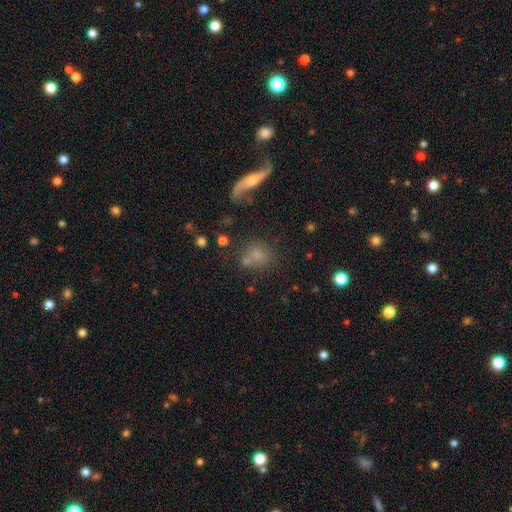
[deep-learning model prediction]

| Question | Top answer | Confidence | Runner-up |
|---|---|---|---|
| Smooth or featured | smooth | 62% | featured or disk (22%) |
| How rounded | round | 69% | in between (27%) |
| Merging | none | 57% | merger (21%) |